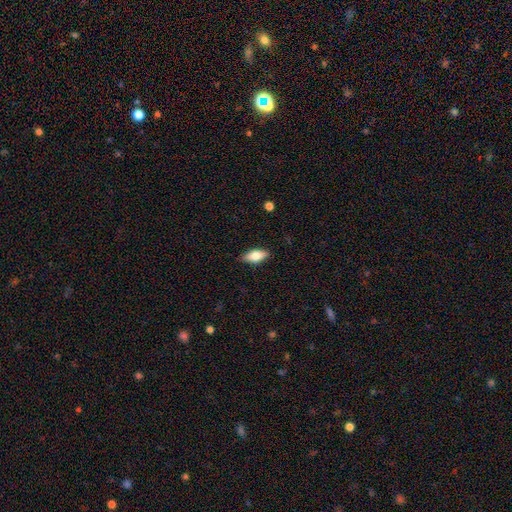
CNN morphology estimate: Smooth or featured: smooth — 71% (featured or disk — 22%)
How rounded: in between — 82% (cigar-shaped — 15%)
Merging: none — 86% (minor disturbance — 11%)